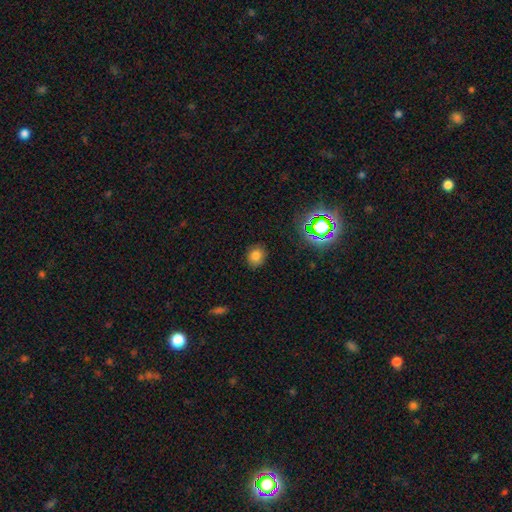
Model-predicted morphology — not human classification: Smooth or featured: smooth — 76% (star or artifact — 17%)
How rounded: round — 69% (in between — 30%)
Merging: none — 86% (minor disturbance — 10%)